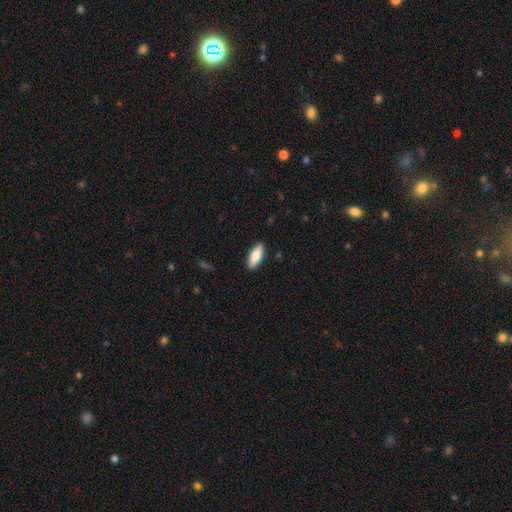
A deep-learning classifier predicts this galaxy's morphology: type=smooth (82%); roundness=in between (76%); merging=none (89%).